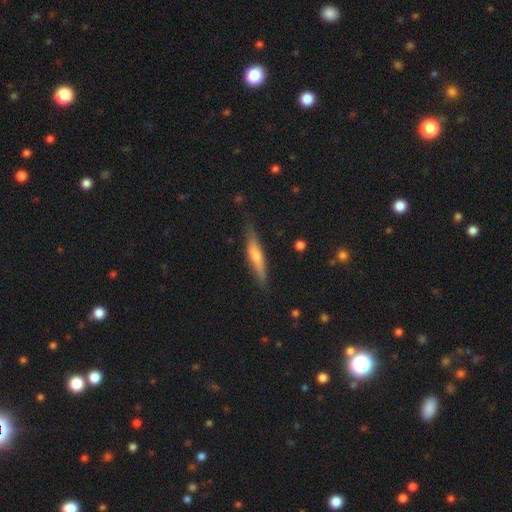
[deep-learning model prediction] Smooth or featured? Predicted: featured or disk (p=0.57). Edge-on disk? Predicted: yes (p=0.94). Edge-on bulge? Predicted: rounded (p=0.75). Merging? Predicted: none (p=0.86).